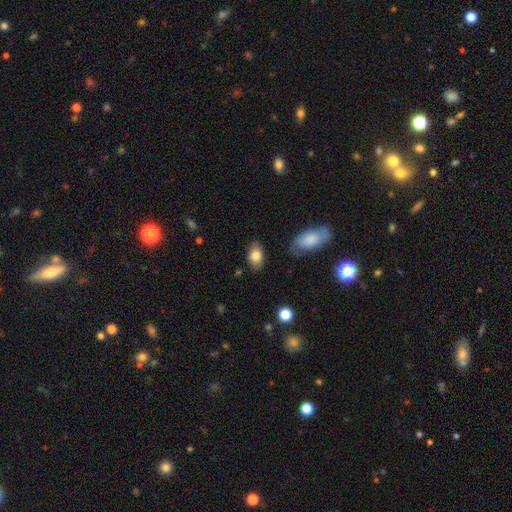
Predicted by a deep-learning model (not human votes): A smooth galaxy with no disk features (81%) that is in between round and cigar-shaped (89%). Merging: none (81%).